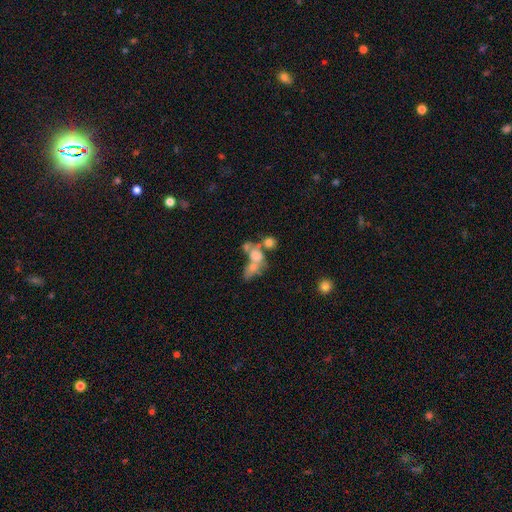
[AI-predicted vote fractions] smooth_or_featured: smooth (p=0.57) [alt: featured or disk p=0.29]
how_rounded: in between (p=0.61) [alt: round p=0.36]
merging: merger (p=0.59) [alt: none p=0.17]